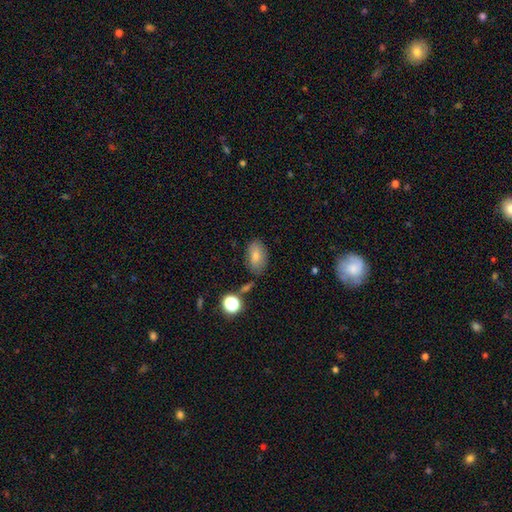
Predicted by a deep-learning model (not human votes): Overall: smooth (67%). How rounded: in between (88%). Merging: none (74%).